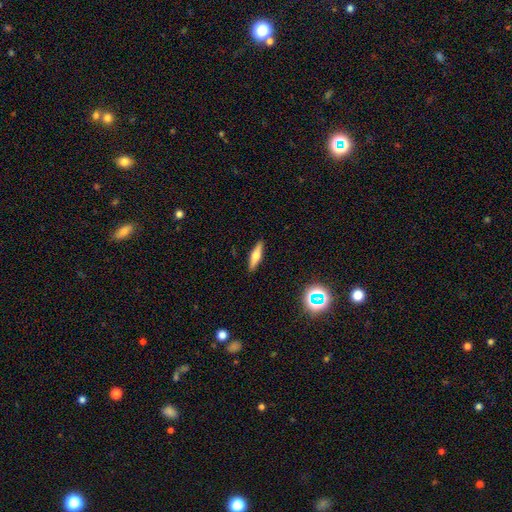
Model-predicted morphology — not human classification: smooth-or-featured: smooth: 47% | featured or disk: 45% | star or artifact: 8%
  merging: none: 90% | minor disturbance: 7% | major disturbance: 2% | merger: 1%